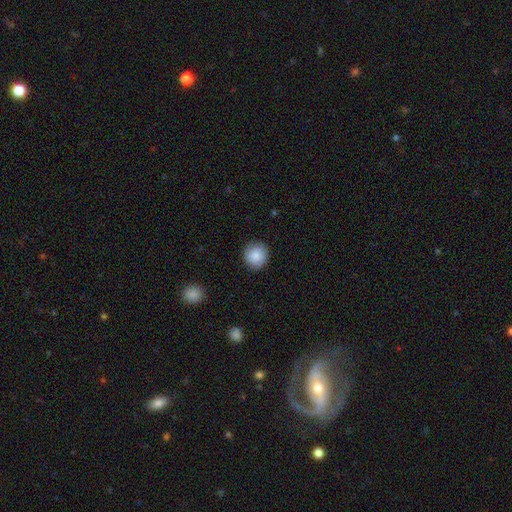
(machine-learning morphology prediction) smooth_or_featured: smooth (p=0.87) [alt: star or artifact p=0.07]
how_rounded: round (p=0.92) [alt: in between p=0.07]
merging: none (p=0.88) [alt: minor disturbance p=0.08]